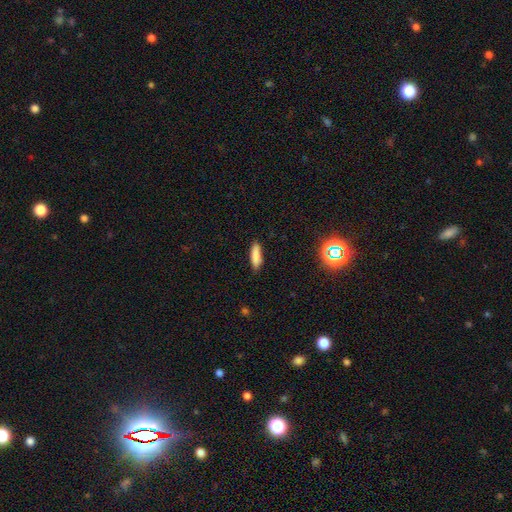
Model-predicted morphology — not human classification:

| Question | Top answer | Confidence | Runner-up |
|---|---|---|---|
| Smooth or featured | smooth | 86% | star or artifact (8%) |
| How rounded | cigar-shaped | 56% | in between (42%) |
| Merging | none | 85% | minor disturbance (12%) |